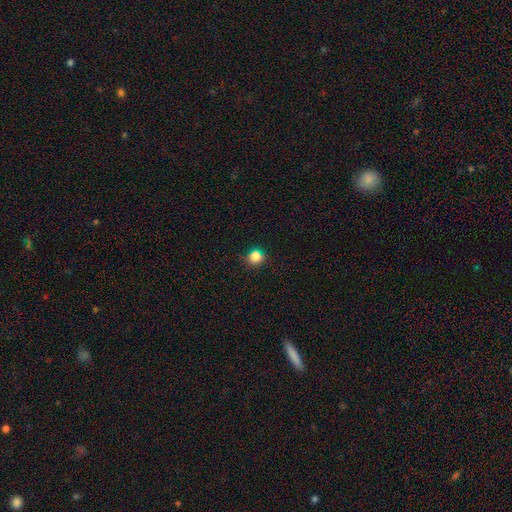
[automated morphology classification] smooth-or-featured: smooth: 81% | star or artifact: 16% | featured or disk: 4%
  how-rounded: round: 86% | in between: 13% | cigar-shaped: 1%
  merging: none: 80% | minor disturbance: 12% | merger: 4% | major disturbance: 3%